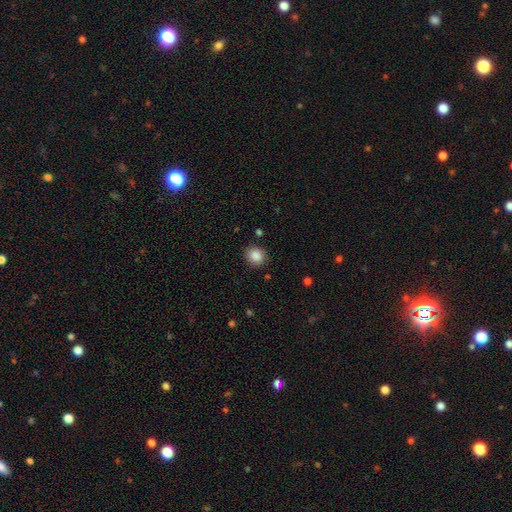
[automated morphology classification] Overall: smooth (87%). How rounded: round (81%). Merging: none (86%).